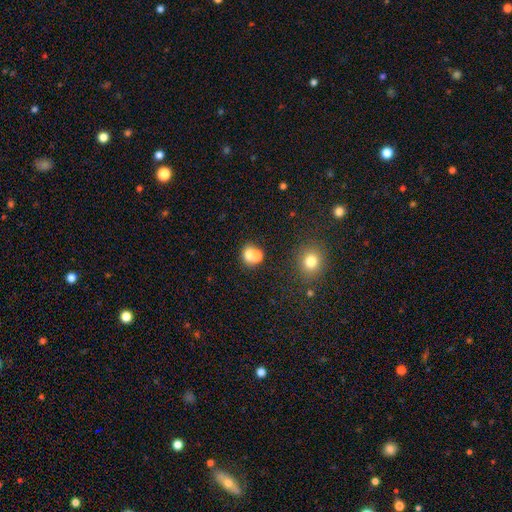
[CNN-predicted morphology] Smooth or featured?
  - smooth: 69% *
  - featured or disk: 17%
  - star or artifact: 14%
How rounded?
  - round: 72% *
  - in between: 27%
  - cigar-shaped: 1%
Merging?
  - merger: 51% *
  - none: 37%
  - minor disturbance: 7%
  - major disturbance: 4%